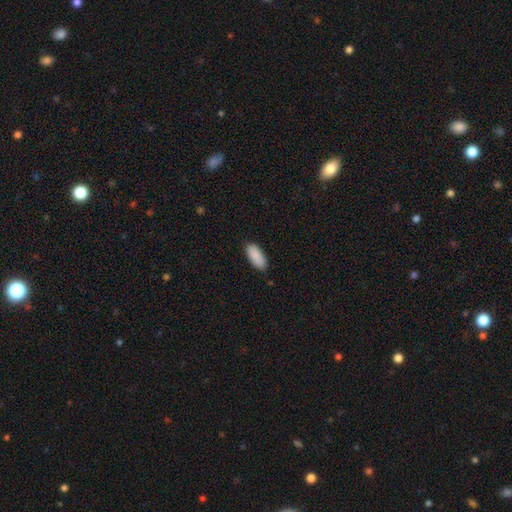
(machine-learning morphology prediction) Overall: smooth (90%). How rounded: in between (87%). Merging: none (85%).